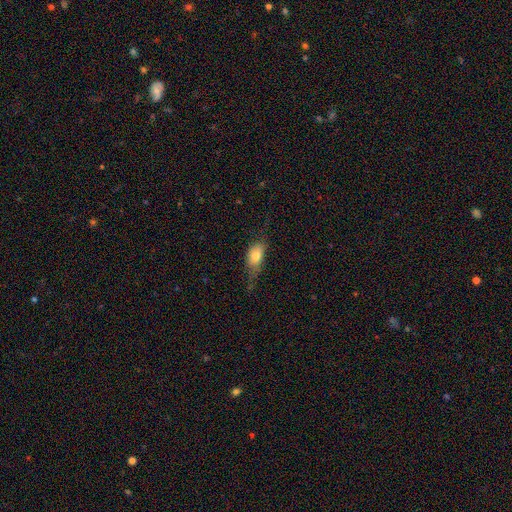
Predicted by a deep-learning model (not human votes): Overall: smooth (75%). How rounded: in between (85%). Merging: none (38%; minor disturbance 36%).